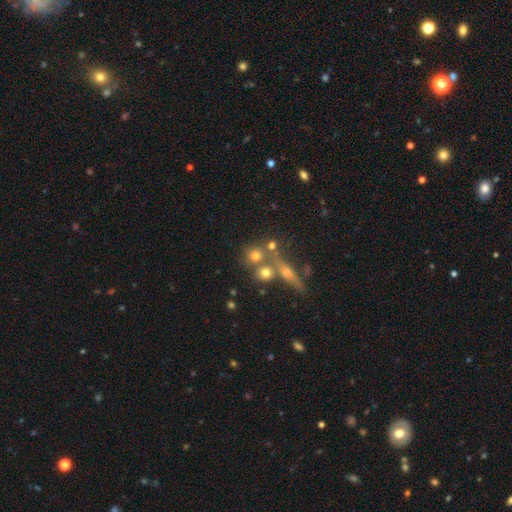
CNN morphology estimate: Smooth or featured?
  - smooth: 65% *
  - featured or disk: 18%
  - star or artifact: 17%
How rounded?
  - round: 83% *
  - in between: 12%
  - cigar-shaped: 5%
Merging?
  - none: 59% *
  - merger: 26%
  - minor disturbance: 9%
  - major disturbance: 5%